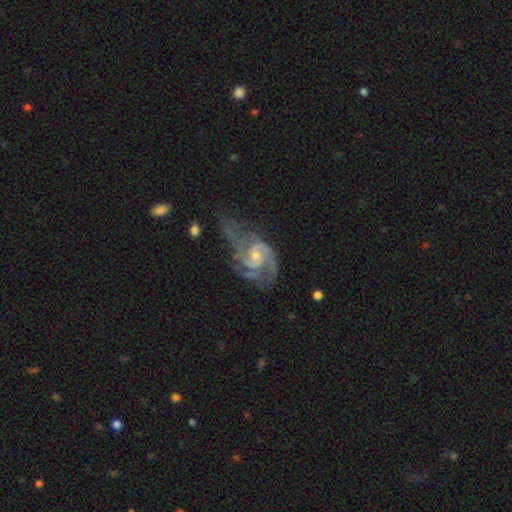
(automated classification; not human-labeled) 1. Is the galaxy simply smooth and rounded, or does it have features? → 92% featured or disk, 4% star or artifact, 4% smooth.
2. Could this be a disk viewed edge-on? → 98% no, 2% yes.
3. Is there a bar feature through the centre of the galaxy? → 55% no, 37% weak, 8% strong.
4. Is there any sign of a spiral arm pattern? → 98% yes, 2% no.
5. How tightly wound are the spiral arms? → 51% medium, 39% tight, 11% loose.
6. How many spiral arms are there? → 60% 2, 22% 3, 7% can't tell, 4% 4, 4% 1, 3% more than 4.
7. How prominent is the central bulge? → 59% small, 35% moderate, 4% none, 2% large, 1% dominant.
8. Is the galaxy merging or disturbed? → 49% none, 25% minor disturbance, 23% major disturbance, 3% merger.